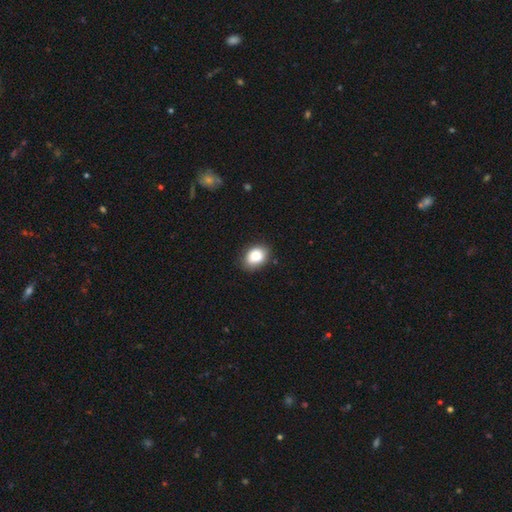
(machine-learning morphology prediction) Q: Smooth or featured?
A: smooth (83%); runner-up: star or artifact (9%)
Q: How rounded?
A: in between (68%); runner-up: round (31%)
Q: Merging?
A: none (82%); runner-up: minor disturbance (14%)